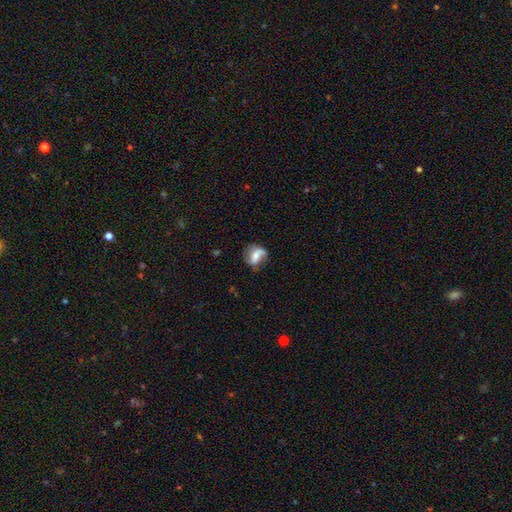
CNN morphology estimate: Smooth or featured? featured or disk (54%)
Edge-on disk? no (94%)
Bar? no (36%)
Spiral arms? yes (74%)
Bulge size? moderate (51%)
Merging? none (54%)